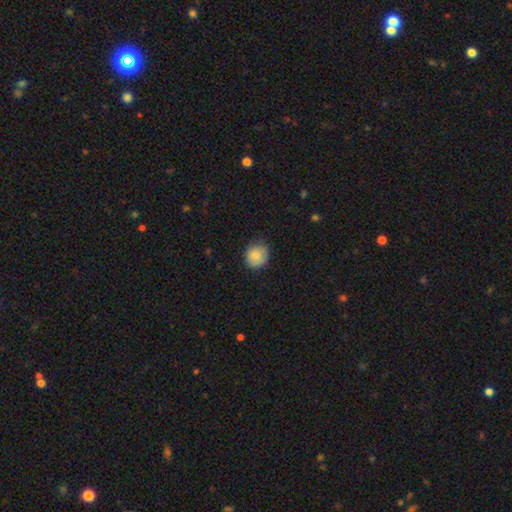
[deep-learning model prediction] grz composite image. It shows a smooth galaxy with no disk features (83%) that is round (81%). Merging: none (77%).